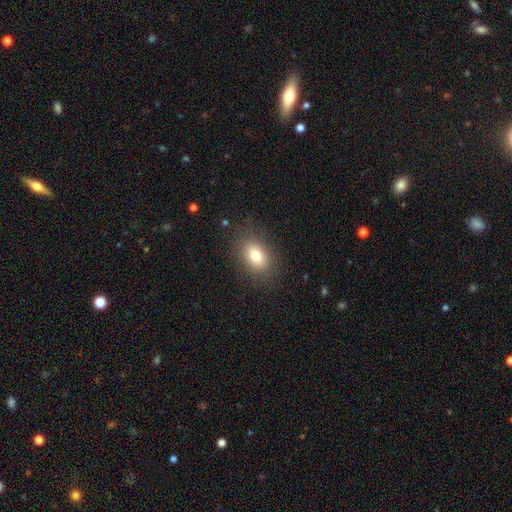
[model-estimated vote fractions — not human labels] The model was most divided on "how rounded": in between: 78%, round: 20%, cigar-shaped: 1%. More confident: merging — none (84%); smooth or featured — smooth (79%).